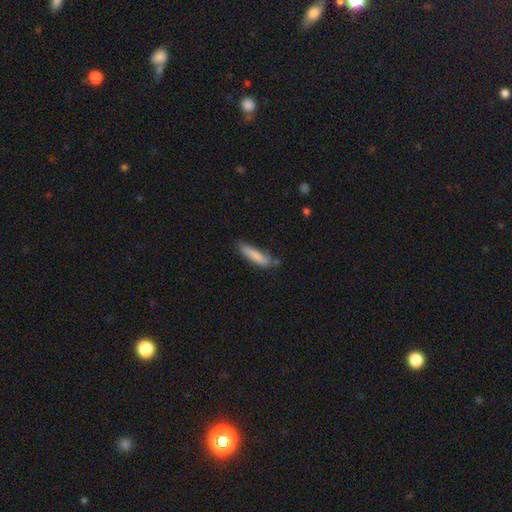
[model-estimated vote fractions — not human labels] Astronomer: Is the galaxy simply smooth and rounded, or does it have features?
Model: smooth — 80%.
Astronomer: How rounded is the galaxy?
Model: cigar-shaped — 77%.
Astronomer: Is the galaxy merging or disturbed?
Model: none — 62%.